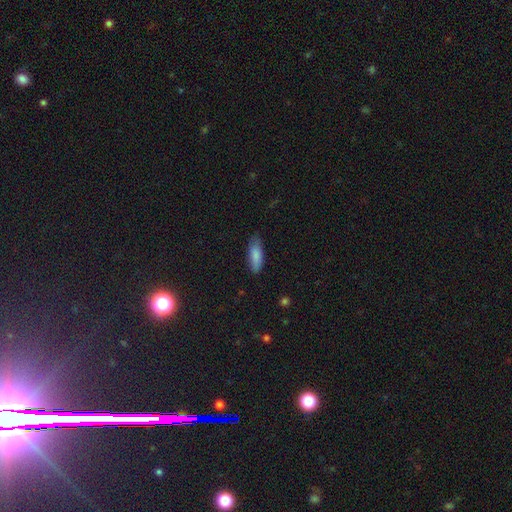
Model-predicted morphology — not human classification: This is clearly a smooth galaxy (85%). How rounded: likely in between (66%). Merging: likely none (76%).